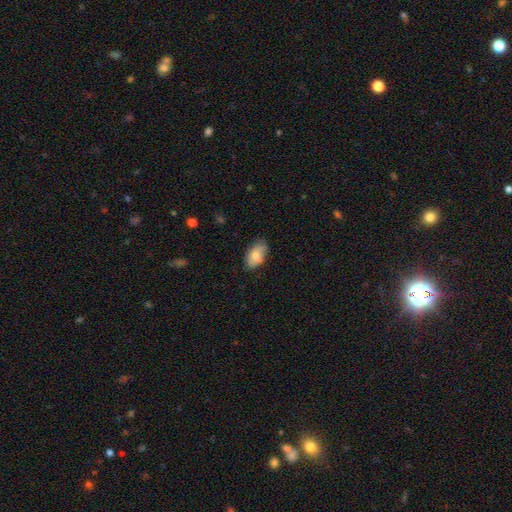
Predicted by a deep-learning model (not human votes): smooth_or_featured: smooth (p=0.74) [alt: featured or disk p=0.19]
how_rounded: in between (p=0.93) [alt: round p=0.05]
merging: none (p=0.75) [alt: minor disturbance p=0.21]